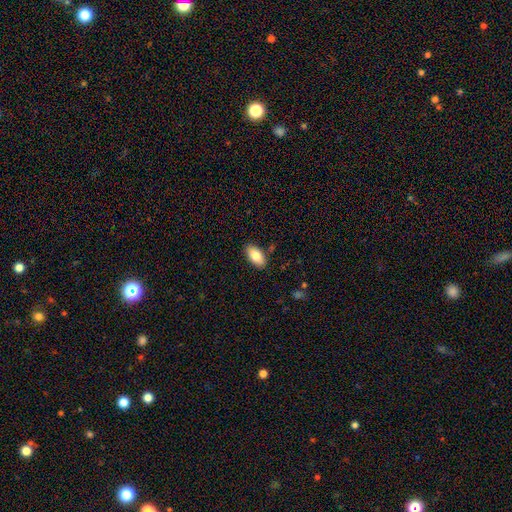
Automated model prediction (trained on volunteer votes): Smooth or featured: smooth — 80% (featured or disk — 13%)
How rounded: in between — 92% (cigar-shaped — 5%)
Merging: none — 86% (minor disturbance — 10%)